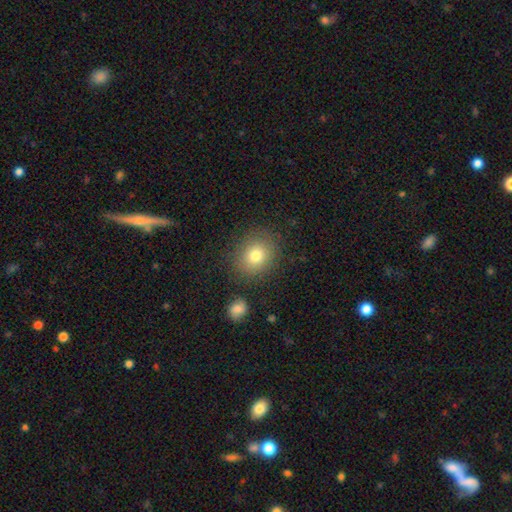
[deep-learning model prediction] smooth_or_featured: smooth (p=0.78) [alt: star or artifact p=0.12]
how_rounded: round (p=0.67) [alt: in between p=0.32]
merging: none (p=0.83) [alt: minor disturbance p=0.10]